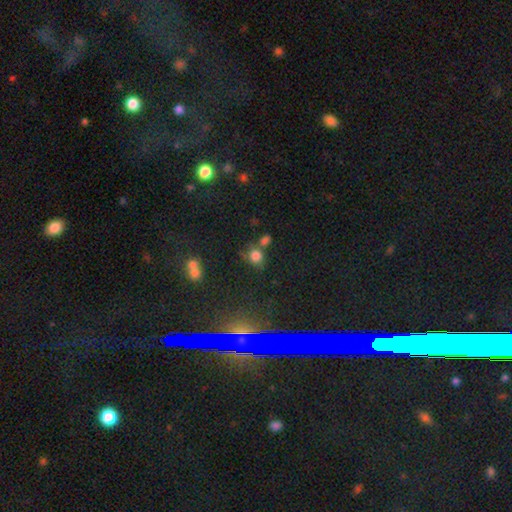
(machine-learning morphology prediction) This is likely a smooth galaxy (74%). How rounded: likely round (70%). Merging: possibly none (50%).